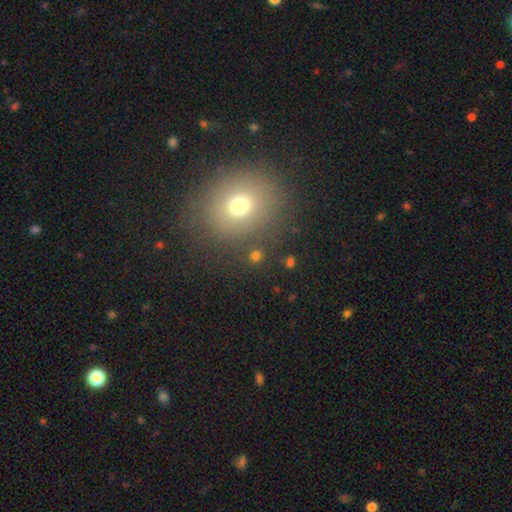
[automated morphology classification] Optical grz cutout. It shows a smooth galaxy with no disk features (68%) that is round (84%). Merging: none (81%).